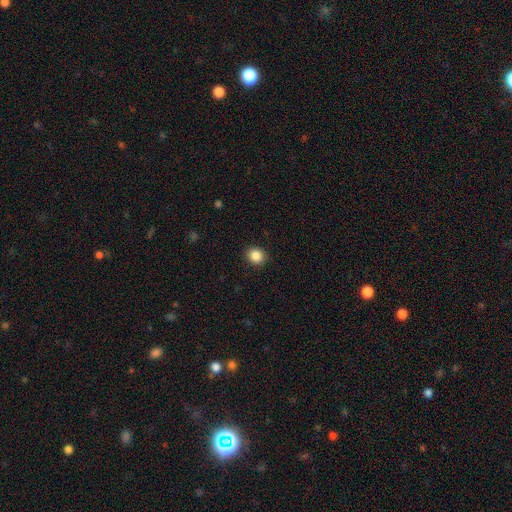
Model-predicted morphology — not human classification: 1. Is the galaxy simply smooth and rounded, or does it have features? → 87% smooth, 10% star or artifact, 4% featured or disk.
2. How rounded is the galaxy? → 79% round, 20% in between, 1% cigar-shaped.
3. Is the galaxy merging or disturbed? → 91% none, 6% minor disturbance, 2% major disturbance, 1% merger.